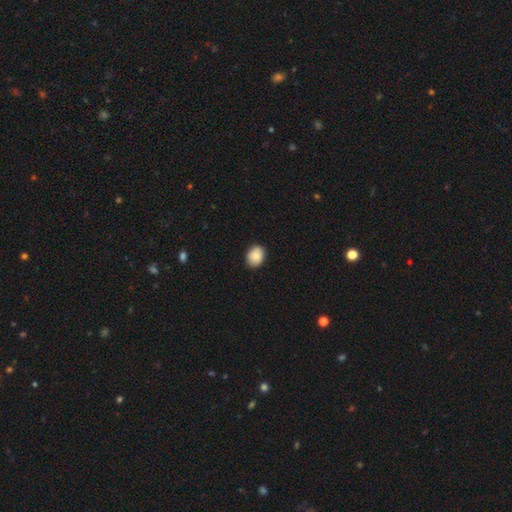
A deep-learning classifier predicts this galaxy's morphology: smooth-or-featured: smooth: 87% | star or artifact: 7% | featured or disk: 6%
  how-rounded: in between: 52% | round: 48% | cigar-shaped: 1%
  merging: none: 88% | minor disturbance: 9% | major disturbance: 2% | merger: 1%